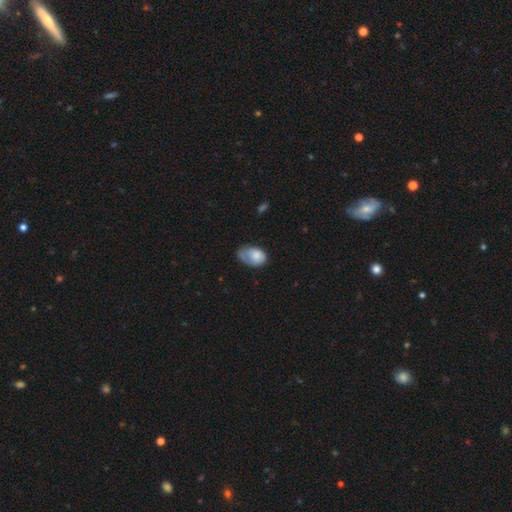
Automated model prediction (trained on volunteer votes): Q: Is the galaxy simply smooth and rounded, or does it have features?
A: smooth — 75%.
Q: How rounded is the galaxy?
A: in between — 85%.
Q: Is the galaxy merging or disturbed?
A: minor disturbance — 41%.